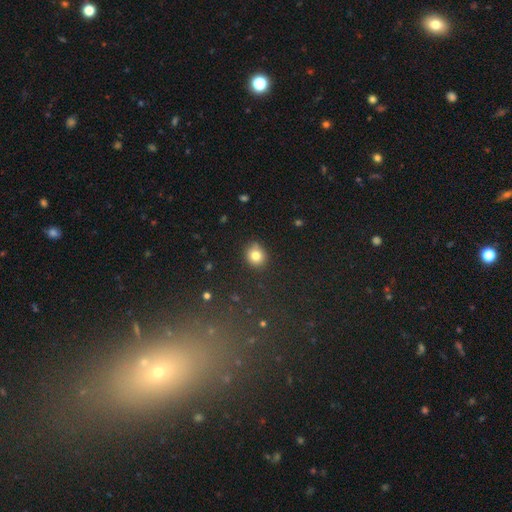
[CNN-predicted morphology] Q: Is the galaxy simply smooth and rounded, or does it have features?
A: smooth — 81%.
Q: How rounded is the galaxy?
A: round — 81%.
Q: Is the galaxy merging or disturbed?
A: none — 82%.